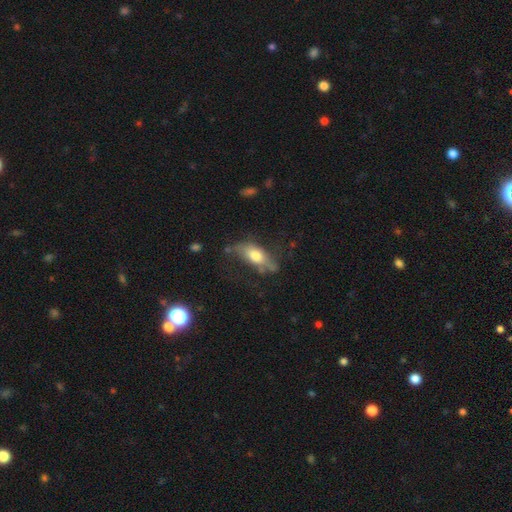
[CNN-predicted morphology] Overall: smooth (62%; featured or disk 31%). How rounded: in between (77%). Merging: none (55%; minor disturbance 28%).